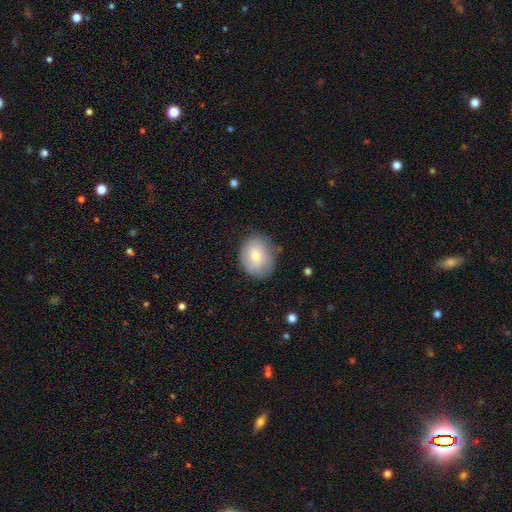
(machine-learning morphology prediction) This is likely a smooth galaxy (71%). How rounded: possibly round (58%). Merging: likely none (79%).